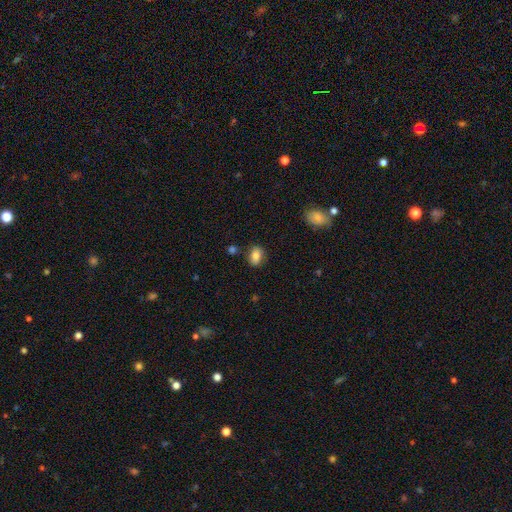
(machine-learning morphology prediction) A smooth galaxy with no disk features (83%) that is in between round and cigar-shaped (74%).

Vote fractions:
- Smooth or featured? smooth: 83% / star or artifact: 9% / featured or disk: 8%
- How rounded? in between: 74% / round: 24% / cigar-shaped: 2%
- Merging? none: 80% / minor disturbance: 13% / merger: 4% / major disturbance: 3%